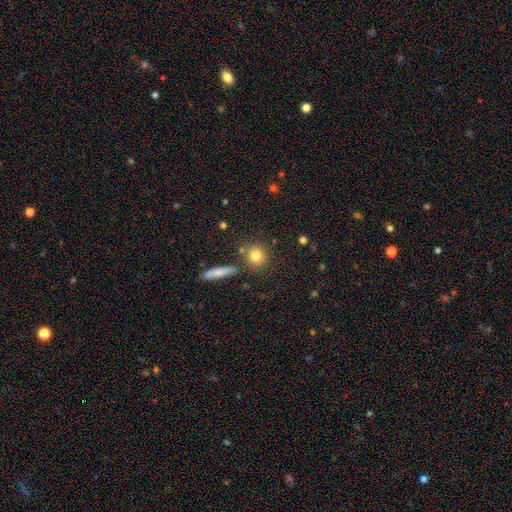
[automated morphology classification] This is clearly a smooth galaxy (80%). How rounded: clearly round (84%). Merging: likely none (78%).